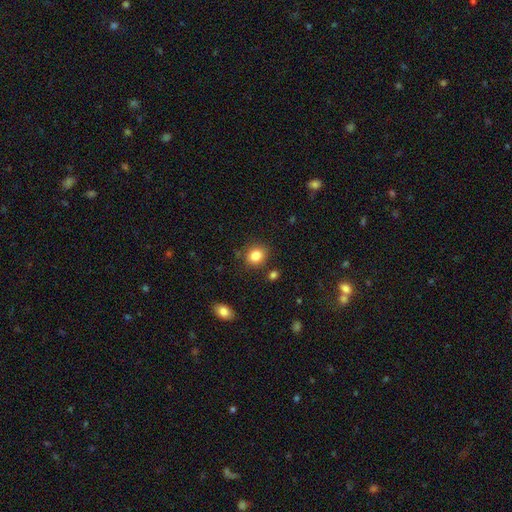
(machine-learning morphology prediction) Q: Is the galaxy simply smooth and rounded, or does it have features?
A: smooth — 84%.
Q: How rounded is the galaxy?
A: round — 68%.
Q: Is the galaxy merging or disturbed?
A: none — 82%.